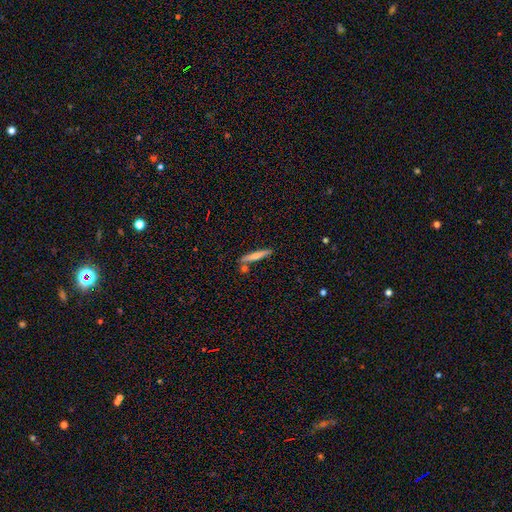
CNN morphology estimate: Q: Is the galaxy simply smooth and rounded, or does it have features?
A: smooth — 52%.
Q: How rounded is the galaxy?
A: cigar-shaped — 92%.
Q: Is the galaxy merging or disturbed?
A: none — 80%.